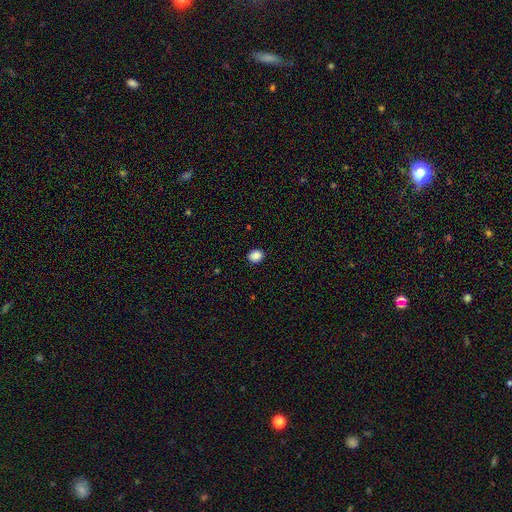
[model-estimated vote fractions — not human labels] A smooth galaxy with no disk features (88%) that is round (64%).

Vote fractions:
- Smooth or featured? smooth: 88% / star or artifact: 9% / featured or disk: 3%
- How rounded? round: 64% / in between: 35% / cigar-shaped: 1%
- Merging? none: 91% / minor disturbance: 6% / major disturbance: 2% / merger: 1%